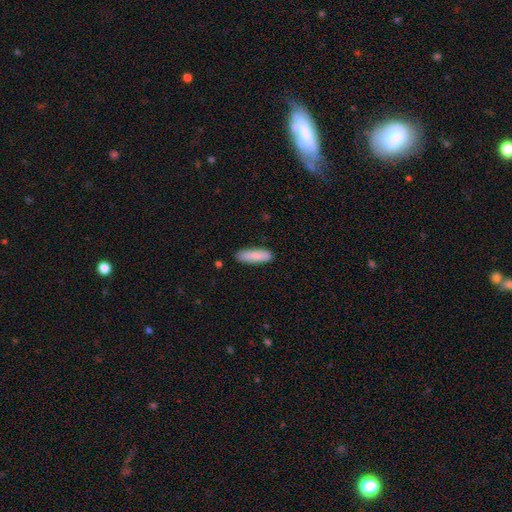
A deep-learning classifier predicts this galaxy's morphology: Smooth or featured? smooth (87%)
How rounded? cigar-shaped (60%)
Merging? none (86%)